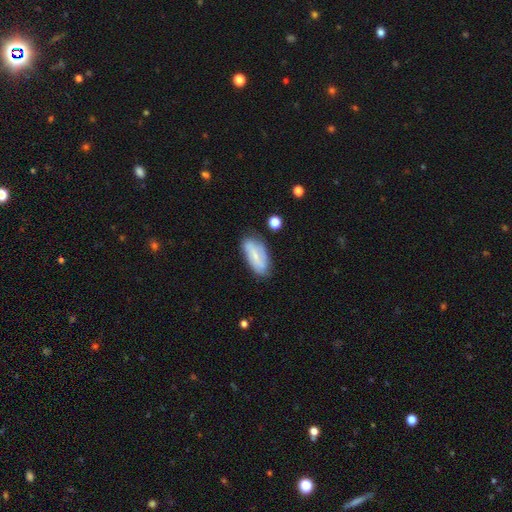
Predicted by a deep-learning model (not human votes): Smooth or featured?
  - smooth: 51% *
  - featured or disk: 42%
  - star or artifact: 7%
How rounded?
  - in between: 85% *
  - cigar-shaped: 12%
  - round: 3%
Merging?
  - none: 72% *
  - minor disturbance: 20%
  - major disturbance: 5%
  - merger: 2%